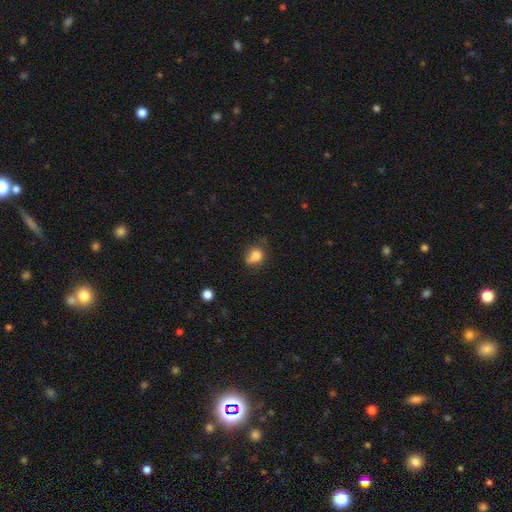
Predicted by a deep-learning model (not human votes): Smooth or featured? smooth (78%)
How rounded? round (50%)
Merging? none (44%)